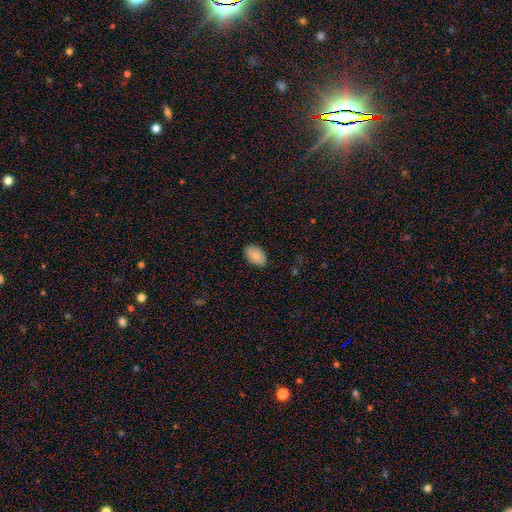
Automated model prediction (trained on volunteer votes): Smooth or featured: smooth — 83% (featured or disk — 10%)
How rounded: in between — 92% (round — 6%)
Merging: none — 85% (minor disturbance — 12%)